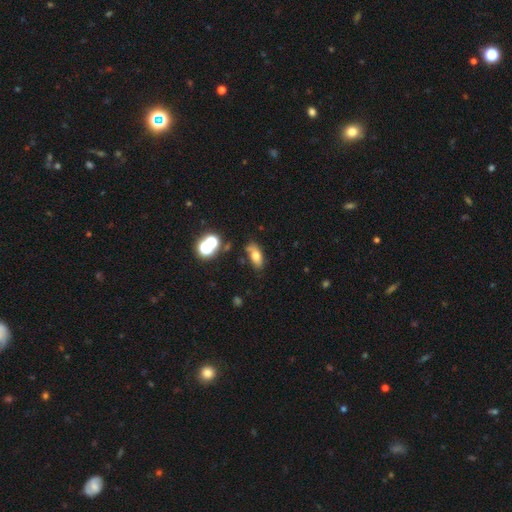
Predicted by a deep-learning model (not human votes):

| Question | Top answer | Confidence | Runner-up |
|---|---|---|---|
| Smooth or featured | smooth | 67% | featured or disk (19%) |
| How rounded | in between | 79% | cigar-shaped (14%) |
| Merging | none | 64% | minor disturbance (21%) |